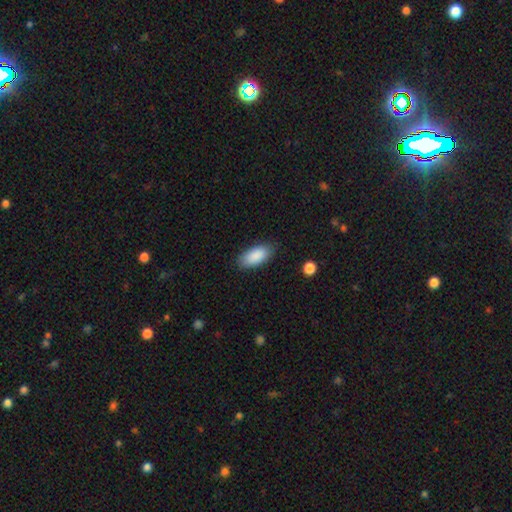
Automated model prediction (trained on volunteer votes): This appears to be a smooth galaxy with no disk features (89%) that is in between round and cigar-shaped (91%). Merging: none (85%).